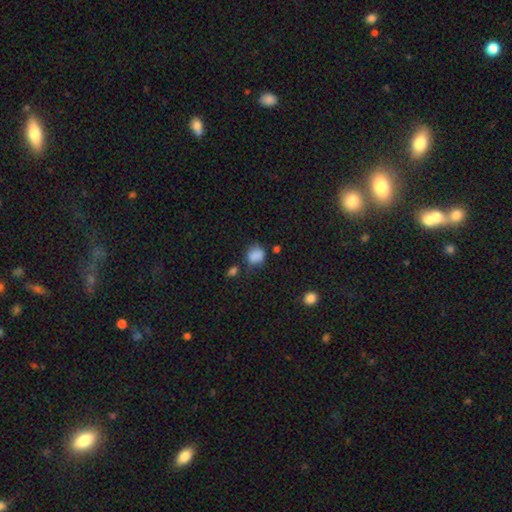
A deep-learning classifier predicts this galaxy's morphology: A smooth galaxy with no disk features (83%) that is round (66%).

Vote fractions:
- Smooth or featured? smooth: 83% / star or artifact: 11% / featured or disk: 6%
- How rounded? round: 66% / in between: 33% / cigar-shaped: 1%
- Merging? none: 57% / minor disturbance: 27% / major disturbance: 9% / merger: 7%